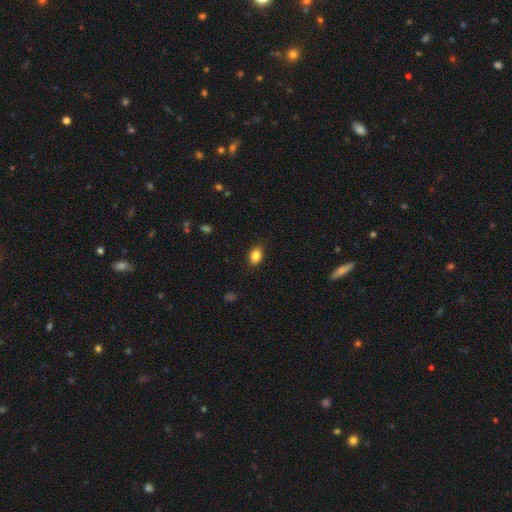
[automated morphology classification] This is clearly a smooth galaxy (85%). How rounded: likely in between (76%). Merging: clearly none (84%).